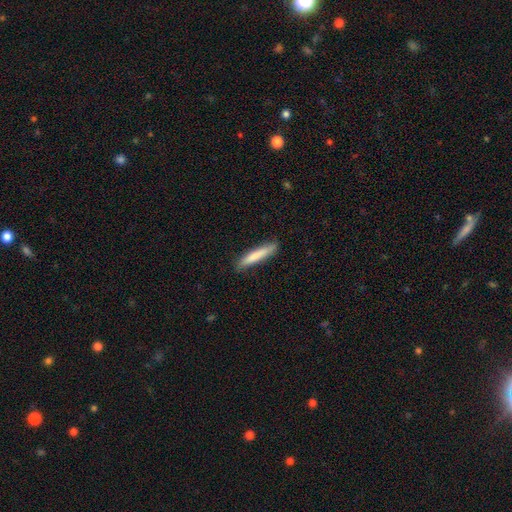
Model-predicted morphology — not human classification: smooth 80%, featured or disk 15%, star or artifact 5%. Down the decision tree: how rounded — cigar-shaped (91%); merging — none (86%).